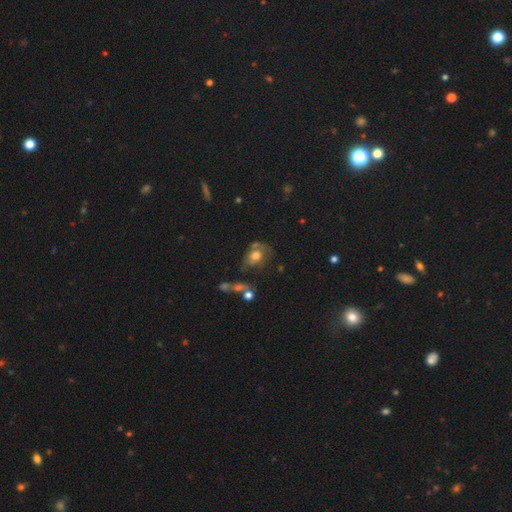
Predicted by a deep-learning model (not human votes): This appears to be a smooth galaxy with no disk features (57%) that is in between round and cigar-shaped (59%). Merging: none (40%).